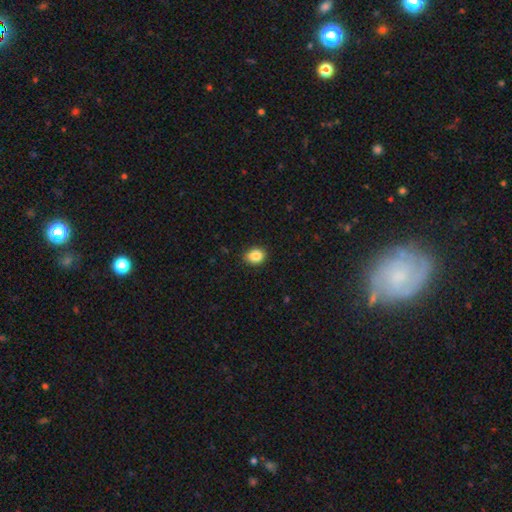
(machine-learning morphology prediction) smooth-or-featured: smooth: 86% | star or artifact: 9% | featured or disk: 5%
  how-rounded: round: 58% | in between: 41% | cigar-shaped: 1%
  merging: none: 87% | minor disturbance: 10% | major disturbance: 2% | merger: 1%